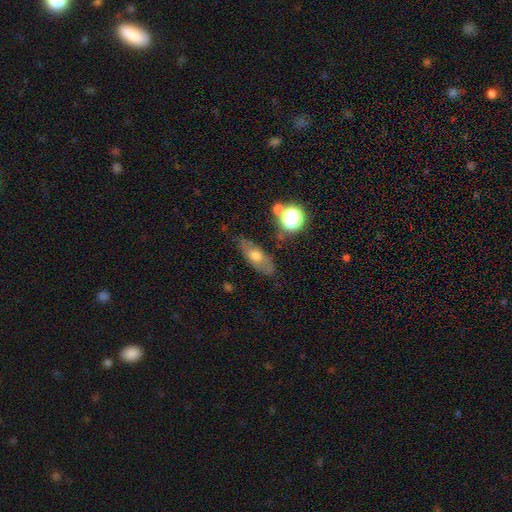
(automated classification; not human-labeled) smooth 49%, featured or disk 39%, star or artifact 12%. Down the decision tree: merging — none (74%).